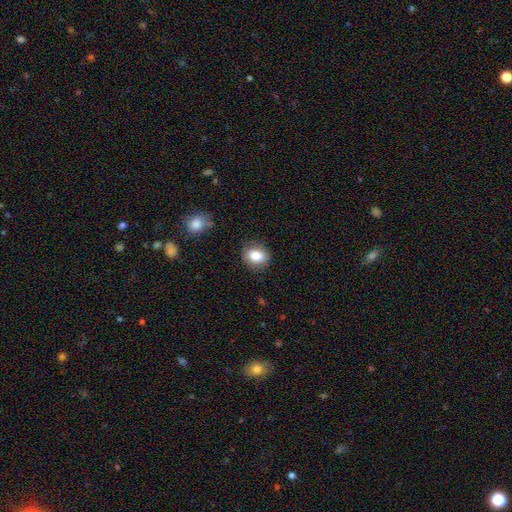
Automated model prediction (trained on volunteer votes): Smooth or featured? smooth (82%)
How rounded? round (59%)
Merging? none (85%)